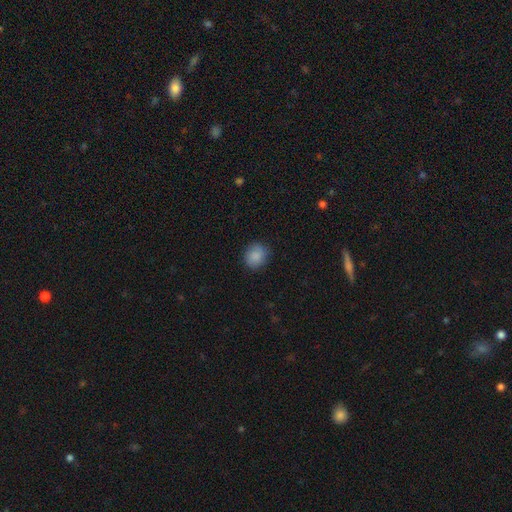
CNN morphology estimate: A smooth galaxy with no disk features (88%) that is round (79%). Merging: none (85%).